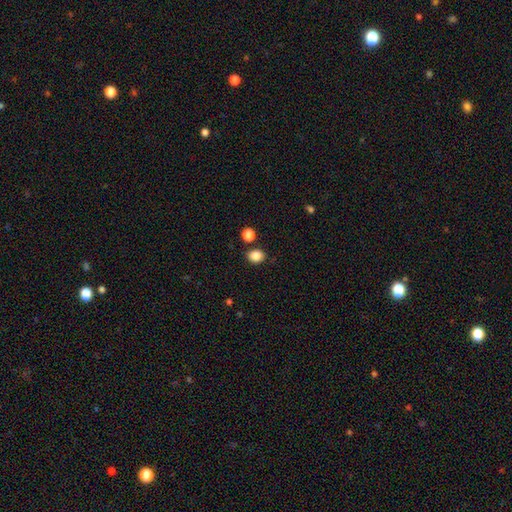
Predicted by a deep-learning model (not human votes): This is clearly a smooth galaxy (86%). How rounded: possibly round (59%). Merging: clearly none (82%).